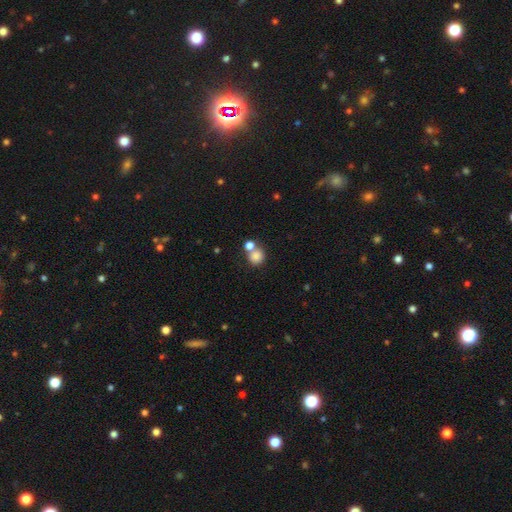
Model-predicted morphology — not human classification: Smooth or featured? Predicted: smooth (p=0.82). How rounded? Predicted: round (p=0.85). Merging? Predicted: none (p=0.52).